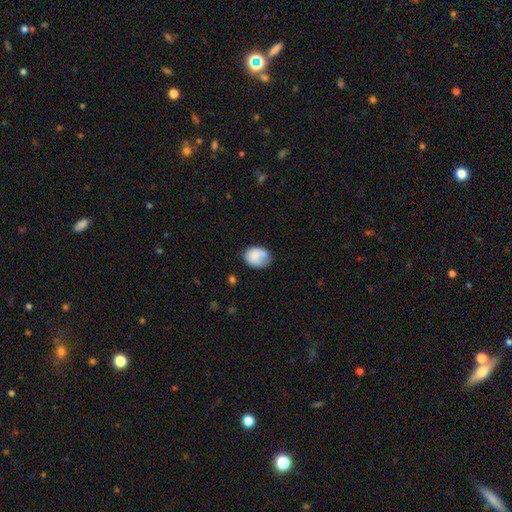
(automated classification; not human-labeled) Morphology: type=smooth (77%); roundness=in between (59%); merging=none (54%).